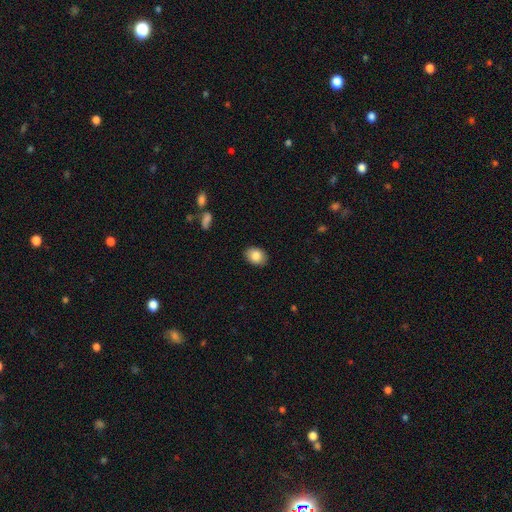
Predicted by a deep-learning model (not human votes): Smooth or featured: smooth — 85% (star or artifact — 8%)
How rounded: in between — 68% (round — 31%)
Merging: none — 88% (minor disturbance — 9%)